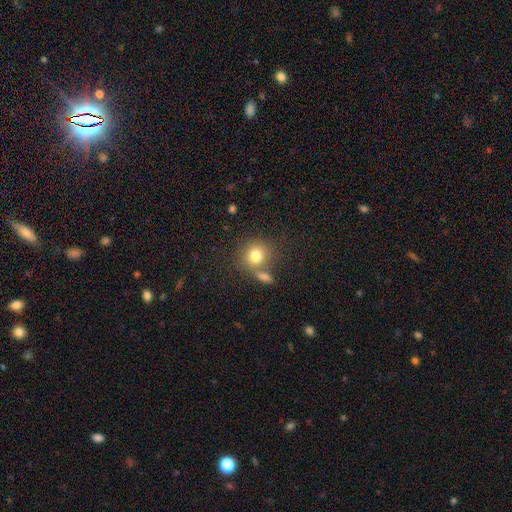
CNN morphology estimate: Smooth or featured: smooth — 79% (star or artifact — 11%)
How rounded: round — 82% (in between — 17%)
Merging: none — 60% (merger — 24%)